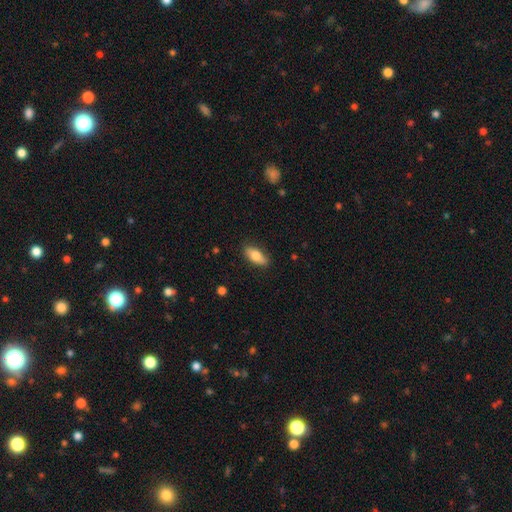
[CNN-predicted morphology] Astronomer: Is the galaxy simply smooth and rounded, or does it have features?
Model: smooth — 75%.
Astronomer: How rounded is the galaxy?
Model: in between — 81%.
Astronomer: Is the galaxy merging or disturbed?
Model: none — 86%.